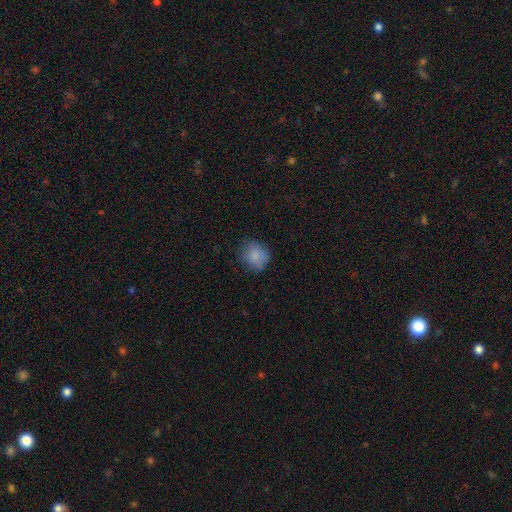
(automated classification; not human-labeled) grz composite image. It shows a smooth galaxy with no disk features (83%) that is round (84%). Merging: none (75%).